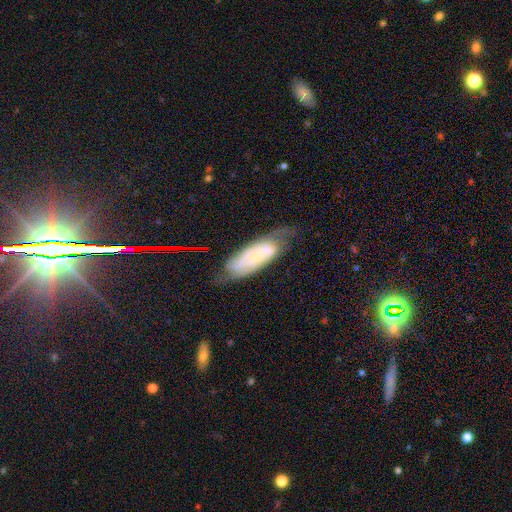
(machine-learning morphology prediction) This appears to be a featured or disk galaxy (61%) with no bar (65%), spiral arms (80%) and a small central bulge (65%). Merging: none (54%).